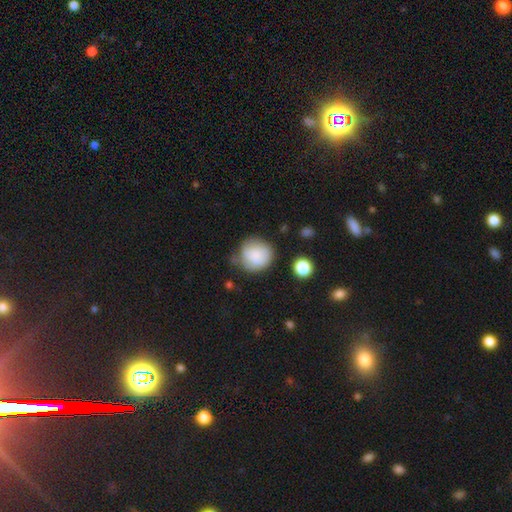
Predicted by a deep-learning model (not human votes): This appears to be a smooth galaxy with no disk features (79%) that is round (87%). Merging: none (52%).